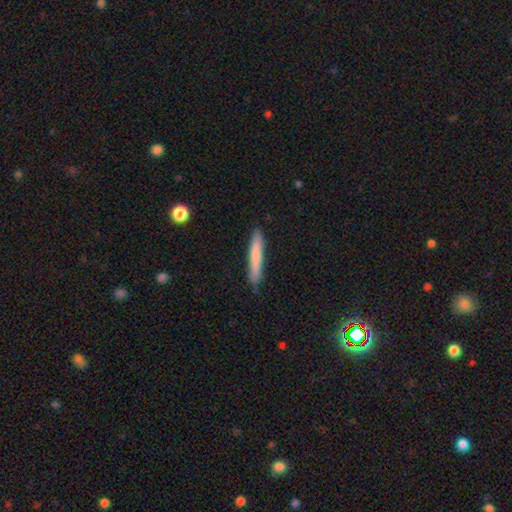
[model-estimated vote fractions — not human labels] Smooth or featured: smooth — 75% (featured or disk — 19%)
How rounded: cigar-shaped — 95% (in between — 4%)
Merging: none — 86% (minor disturbance — 11%)